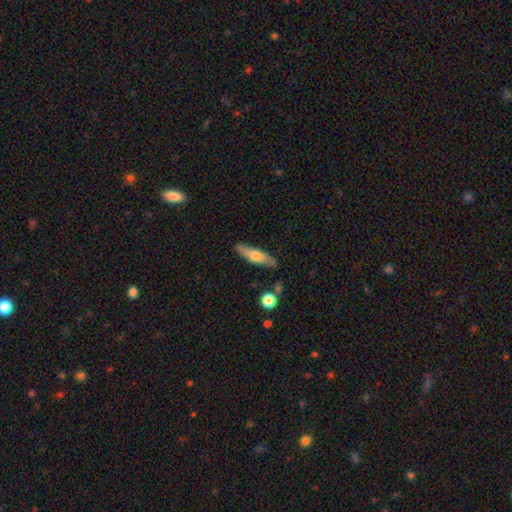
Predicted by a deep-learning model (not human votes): Overall: smooth (55%; featured or disk 39%). How rounded: cigar-shaped (66%; in between 32%). Merging: none (80%).